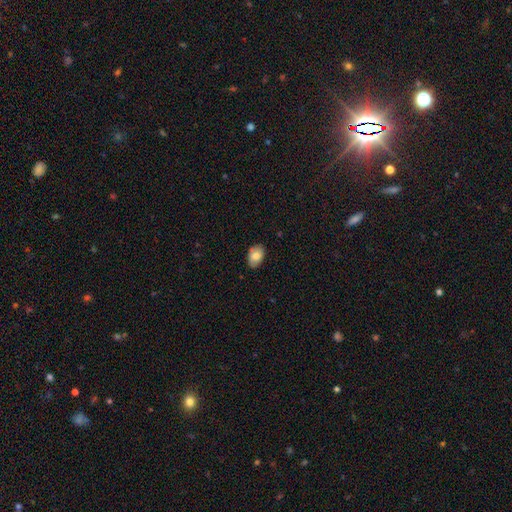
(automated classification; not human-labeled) Overall: smooth (82%). How rounded: in between (86%). Merging: none (79%).